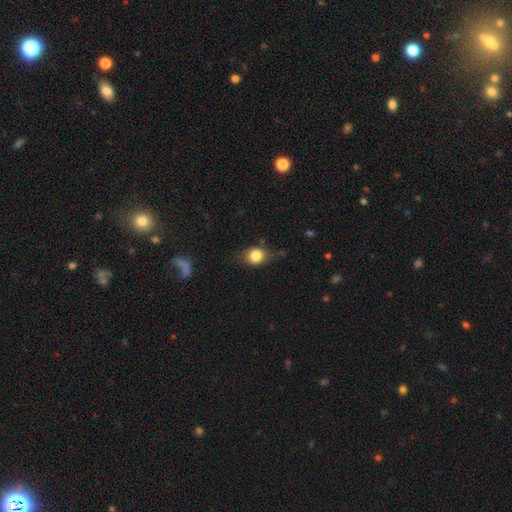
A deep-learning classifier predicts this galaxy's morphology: type=smooth (78%); roundness=round (55%); merging=none (63%).